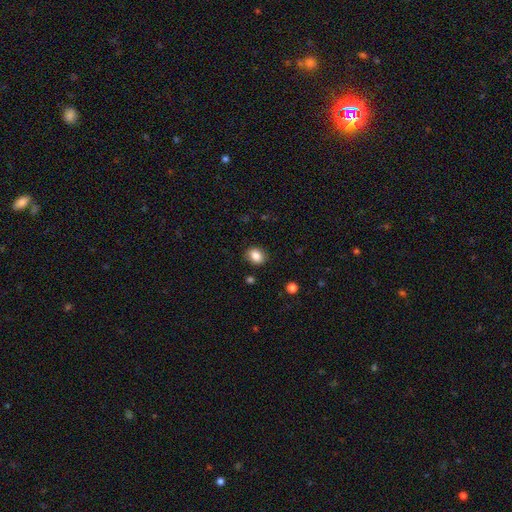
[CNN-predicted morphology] This is clearly a smooth galaxy (85%). How rounded: possibly in between (50%). Merging: clearly none (85%).